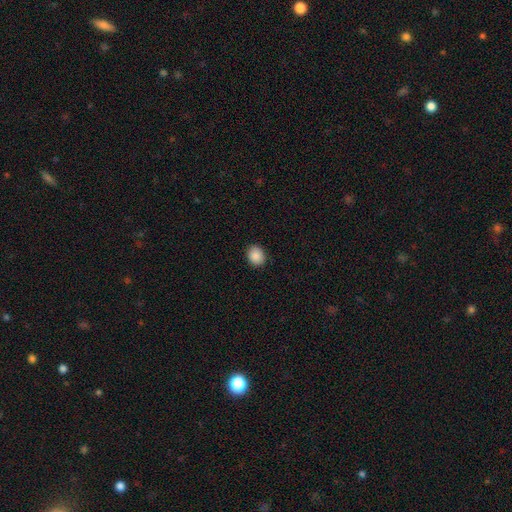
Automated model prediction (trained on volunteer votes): Q: Smooth or featured?
A: smooth (88%); runner-up: star or artifact (9%)
Q: How rounded?
A: round (60%); runner-up: in between (39%)
Q: Merging?
A: none (90%); runner-up: minor disturbance (7%)